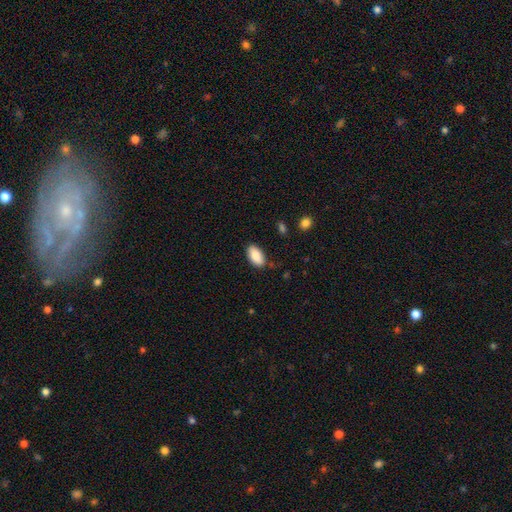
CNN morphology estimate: smooth_or_featured: smooth (p=0.87) [alt: star or artifact p=0.06]
how_rounded: in between (p=0.94) [alt: cigar-shaped p=0.04]
merging: none (p=0.82) [alt: minor disturbance p=0.13]